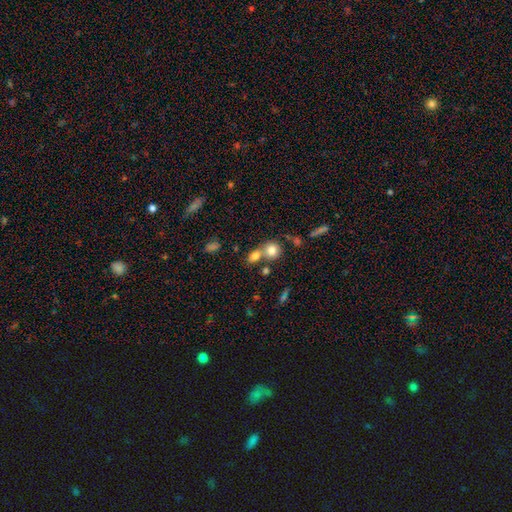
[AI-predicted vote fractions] Smooth or featured?
  - smooth: 77% *
  - featured or disk: 12%
  - star or artifact: 11%
How rounded?
  - round: 62% *
  - in between: 36%
  - cigar-shaped: 2%
Merging?
  - merger: 48% *
  - none: 41%
  - minor disturbance: 8%
  - major disturbance: 4%